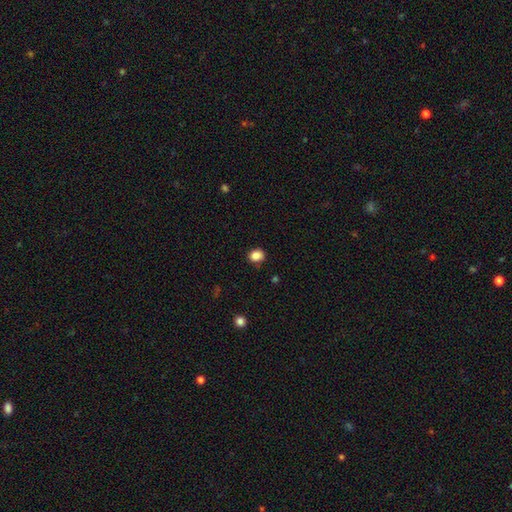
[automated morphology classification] type=smooth (86%); roundness=round (61%); merging=none (84%).